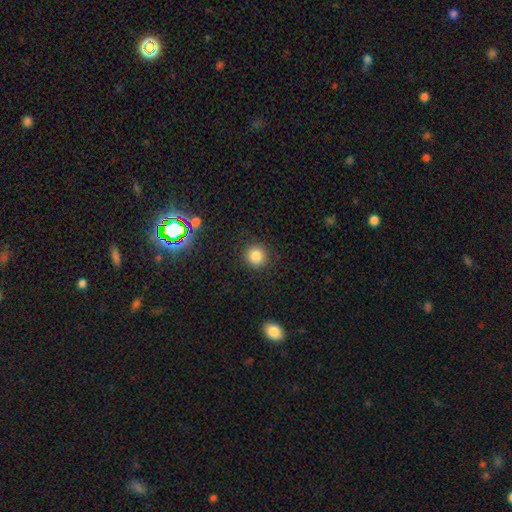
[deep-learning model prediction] Morphology: type=smooth (83%); roundness=round (93%); merging=none (89%).